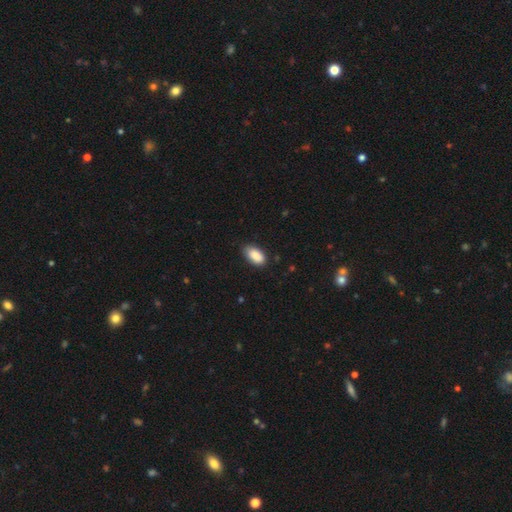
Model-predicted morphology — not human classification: This is clearly a smooth galaxy (88%). How rounded: clearly in between (94%). Merging: likely none (79%).